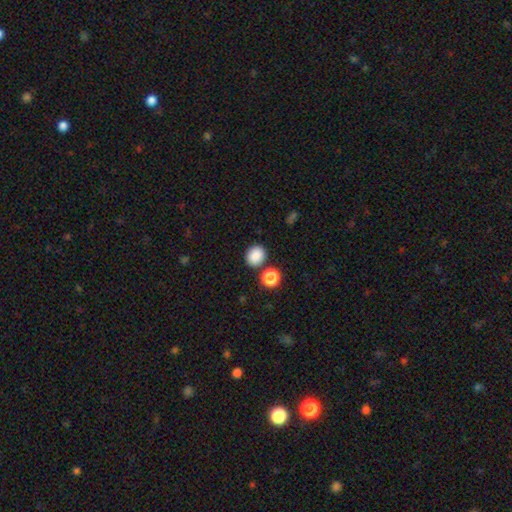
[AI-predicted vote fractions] A smooth galaxy with no disk features (86%) that is round (67%). Merging: none (80%).